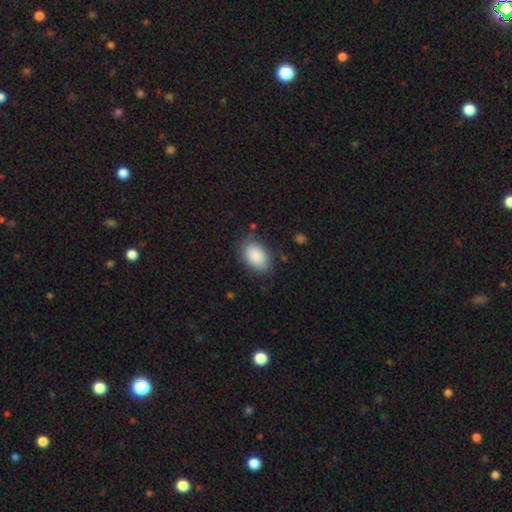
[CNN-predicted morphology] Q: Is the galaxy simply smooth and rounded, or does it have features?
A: smooth — 89%.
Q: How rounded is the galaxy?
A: in between — 90%.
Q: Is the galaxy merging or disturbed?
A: none — 81%.